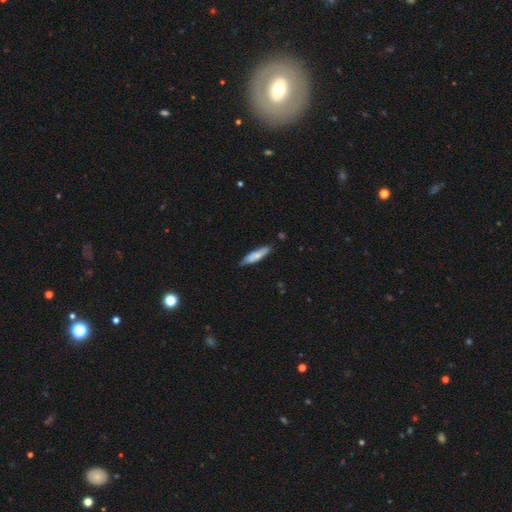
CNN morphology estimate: smooth 67%, featured or disk 28%, star or artifact 6%. Down the decision tree: how rounded — cigar-shaped (74%); merging — none (77%).